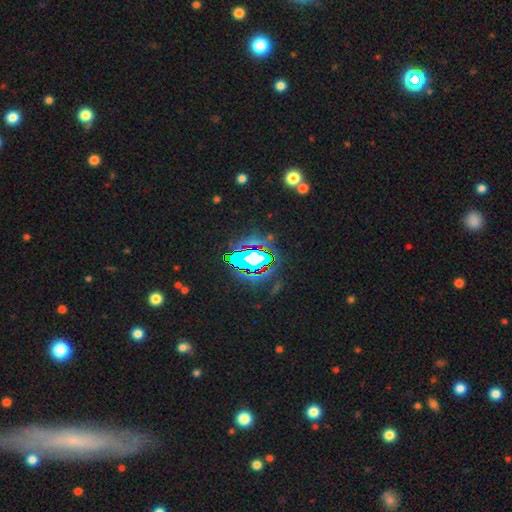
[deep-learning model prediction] A star or artifact, not a galaxy (80%).